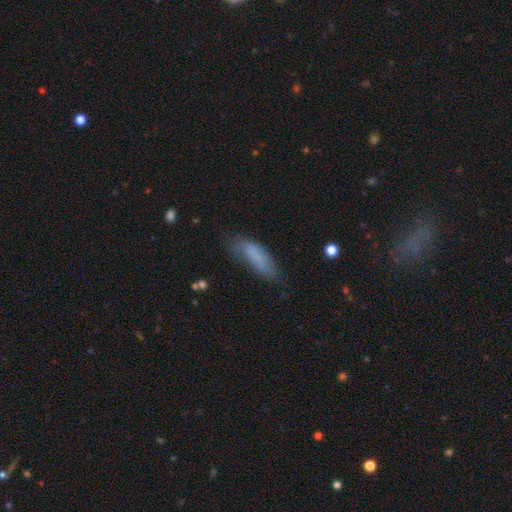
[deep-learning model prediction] Smooth or featured? smooth (79%)
How rounded? cigar-shaped (50%)
Merging? none (59%)